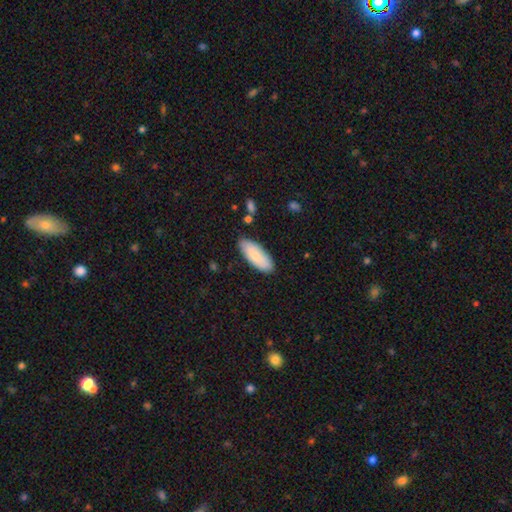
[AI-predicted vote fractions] This appears to be a smooth galaxy with no disk features (79%) that is in between round and cigar-shaped (79%). Merging: none (85%).